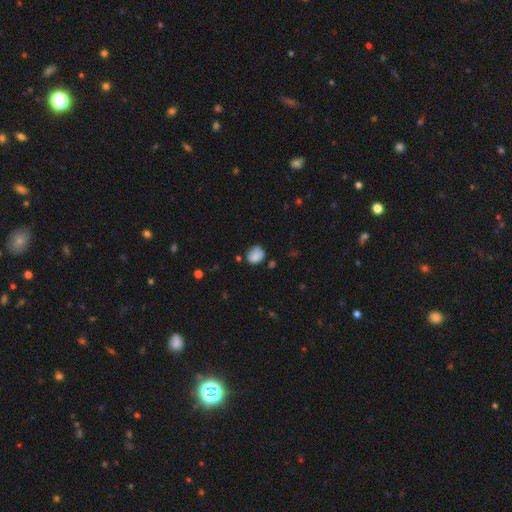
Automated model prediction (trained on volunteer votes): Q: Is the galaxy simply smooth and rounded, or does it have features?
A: smooth — 85%.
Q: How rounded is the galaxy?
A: round — 58%.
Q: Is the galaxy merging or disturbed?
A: none — 65%.